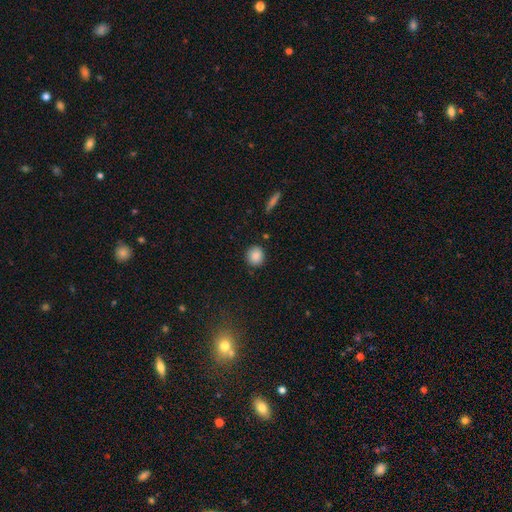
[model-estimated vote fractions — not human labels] This appears to be a smooth galaxy with no disk features (87%) that is round (87%). Merging: none (88%).